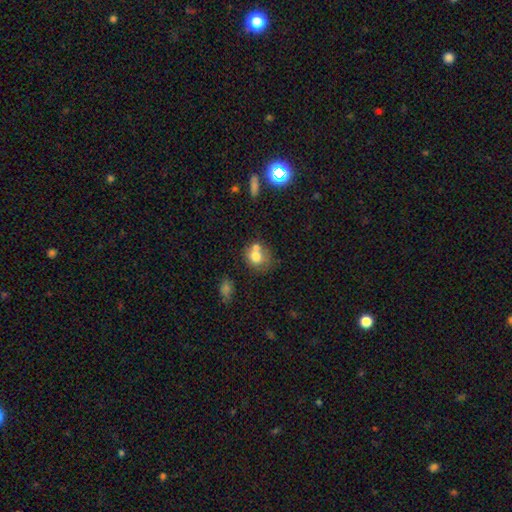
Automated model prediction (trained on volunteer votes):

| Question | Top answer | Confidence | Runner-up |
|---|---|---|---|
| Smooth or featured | smooth | 72% | featured or disk (18%) |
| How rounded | round | 68% | in between (31%) |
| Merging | merger | 41% | tied: none (41%) |